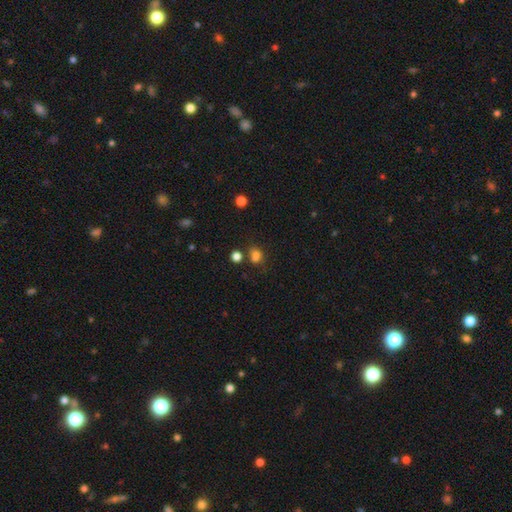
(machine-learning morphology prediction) This is likely a smooth galaxy (72%). How rounded: possibly round (53%). Merging: possibly none (51%).